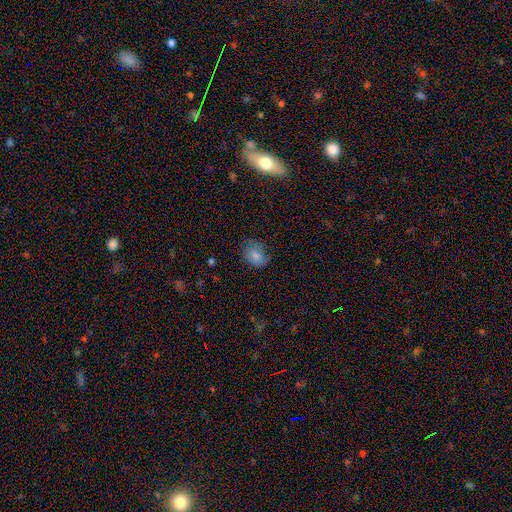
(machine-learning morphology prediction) smooth-or-featured: smooth: 62% | featured or disk: 23% | star or artifact: 14%
  how-rounded: in between: 62% | round: 36% | cigar-shaped: 2%
  merging: none: 67% | minor disturbance: 24% | major disturbance: 8% | merger: 1%